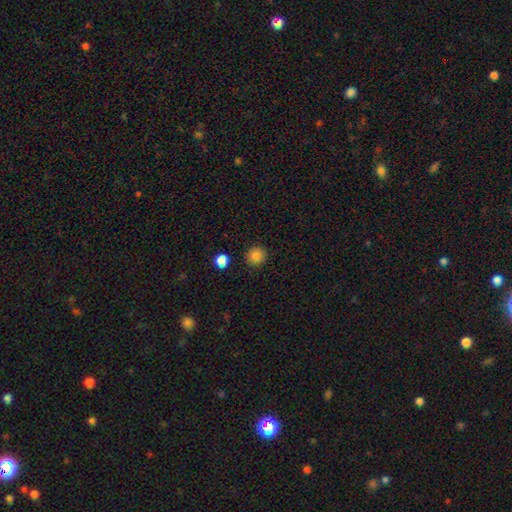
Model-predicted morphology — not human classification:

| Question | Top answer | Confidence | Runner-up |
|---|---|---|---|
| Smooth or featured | smooth | 85% | star or artifact (11%) |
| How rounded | round | 92% | in between (7%) |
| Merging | none | 90% | minor disturbance (6%) |